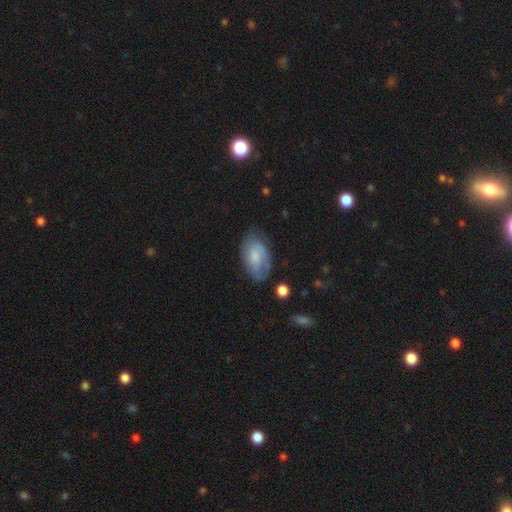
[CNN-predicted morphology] smooth_or_featured: smooth (p=0.51) [alt: featured or disk p=0.42]
how_rounded: in between (p=0.92) [alt: round p=0.06]
merging: none (p=0.58) [alt: minor disturbance p=0.28]